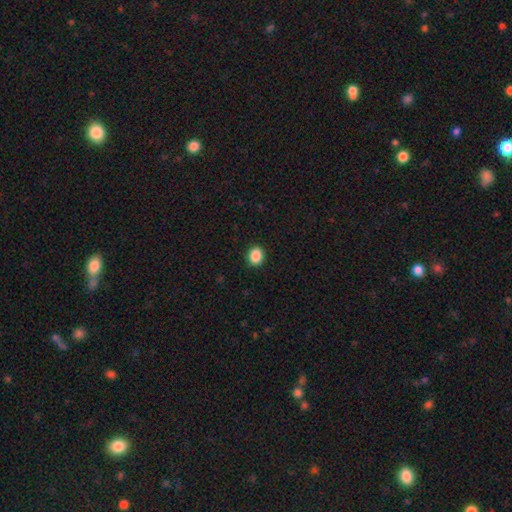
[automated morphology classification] Smooth or featured: smooth — 88% (star or artifact — 9%)
How rounded: round — 60% (in between — 39%)
Merging: none — 91% (minor disturbance — 6%)